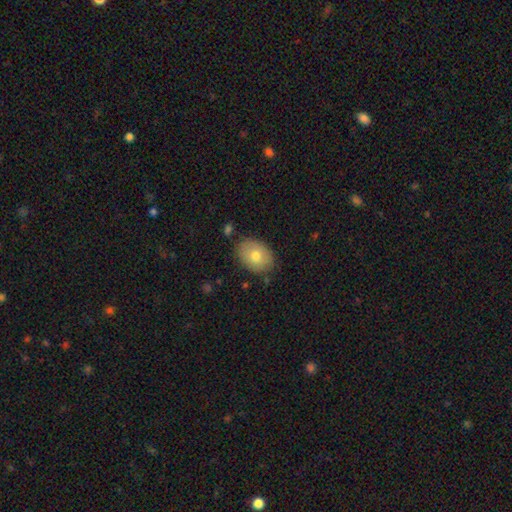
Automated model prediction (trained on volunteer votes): Morphology: type=smooth (75%); roundness=in between (75%); merging=none (81%).